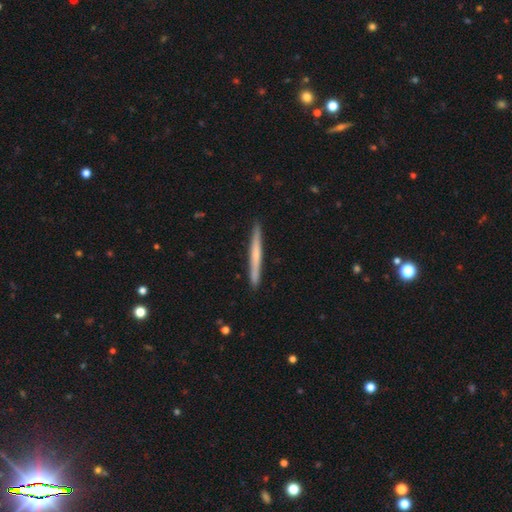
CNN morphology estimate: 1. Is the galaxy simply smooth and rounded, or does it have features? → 48% featured or disk, 47% smooth, 5% star or artifact.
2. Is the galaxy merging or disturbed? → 92% none, 6% minor disturbance, 1% major disturbance, 1% merger.